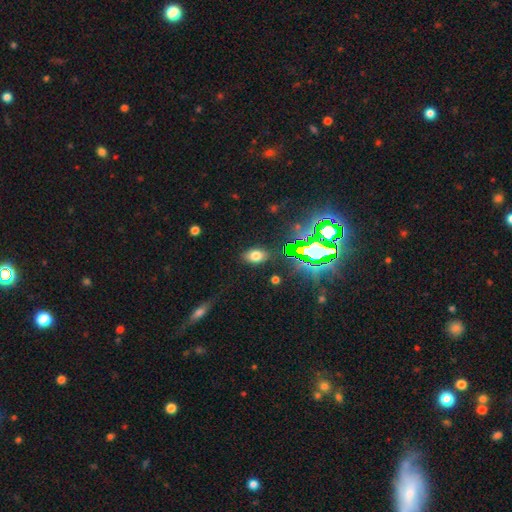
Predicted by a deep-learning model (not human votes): Q: Smooth or featured?
A: smooth (68%); runner-up: star or artifact (22%)
Q: How rounded?
A: in between (87%); runner-up: round (11%)
Q: Merging?
A: none (86%); runner-up: minor disturbance (9%)